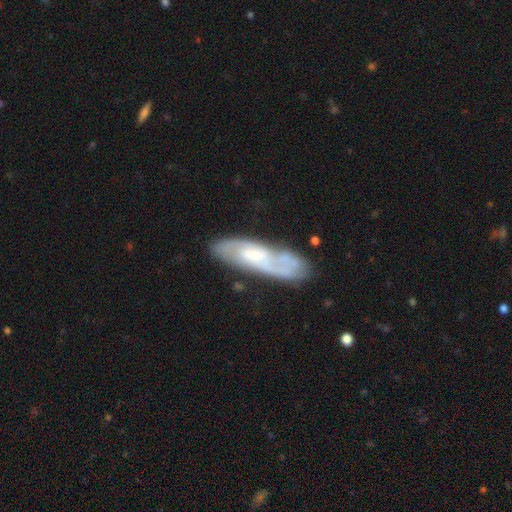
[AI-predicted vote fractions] Morphology: type=featured or disk (65%); edge-on=no (78%); bar=no (50%); spiral arms=yes (80%); bulge=moderate (42%); merging=none (63%).